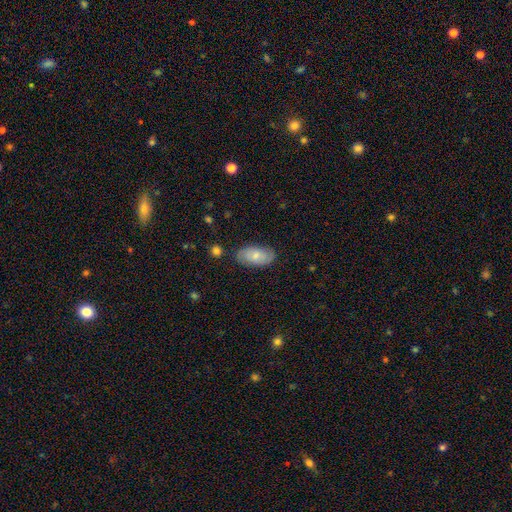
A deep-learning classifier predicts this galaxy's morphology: Overall: smooth (67%; featured or disk 27%). How rounded: in between (94%). Merging: none (80%).